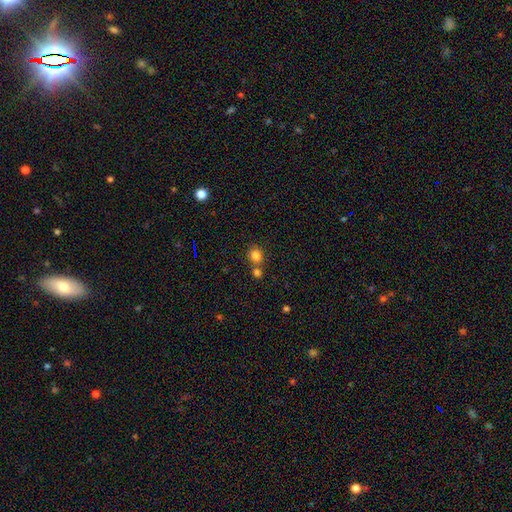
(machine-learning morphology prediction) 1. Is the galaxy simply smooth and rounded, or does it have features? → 82% smooth, 12% star or artifact, 6% featured or disk.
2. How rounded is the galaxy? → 82% round, 17% in between, 1% cigar-shaped.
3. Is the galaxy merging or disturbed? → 59% none, 30% merger, 8% minor disturbance, 3% major disturbance.